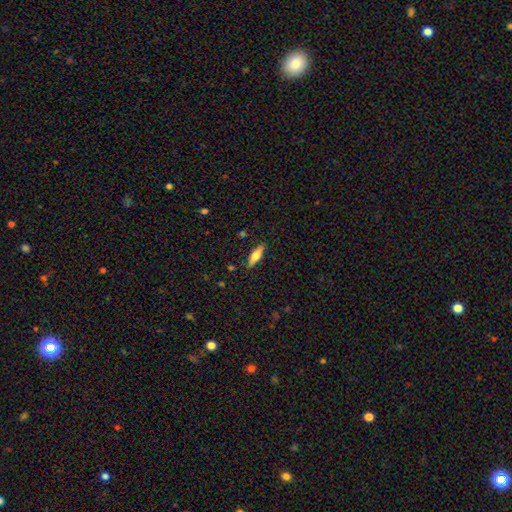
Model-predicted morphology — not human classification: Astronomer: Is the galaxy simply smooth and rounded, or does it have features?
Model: smooth — 62%.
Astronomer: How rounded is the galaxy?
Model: in between — 54% (runner-up: cigar-shaped, 44%).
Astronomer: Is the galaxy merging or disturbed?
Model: none — 85%.